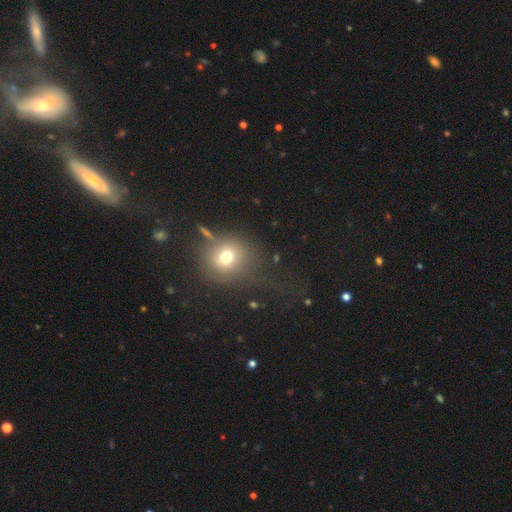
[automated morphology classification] Smooth or featured? smooth (51%)
How rounded? round (79%)
Merging? none (66%)